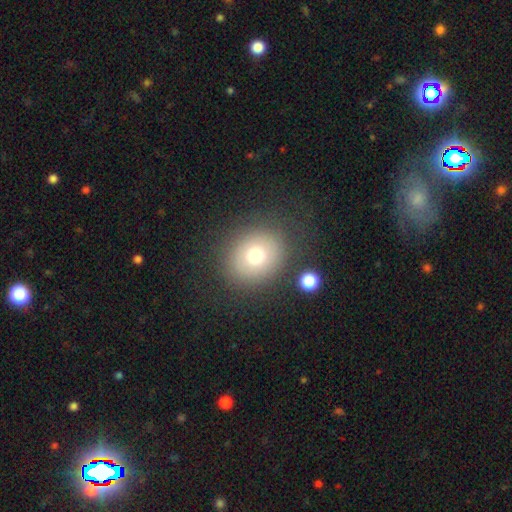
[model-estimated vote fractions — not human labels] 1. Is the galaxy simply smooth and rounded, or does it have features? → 71% smooth, 16% featured or disk, 13% star or artifact.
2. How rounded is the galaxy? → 74% round, 25% in between, 1% cigar-shaped.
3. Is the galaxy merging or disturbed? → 81% none, 10% minor disturbance, 5% major disturbance, 4% merger.